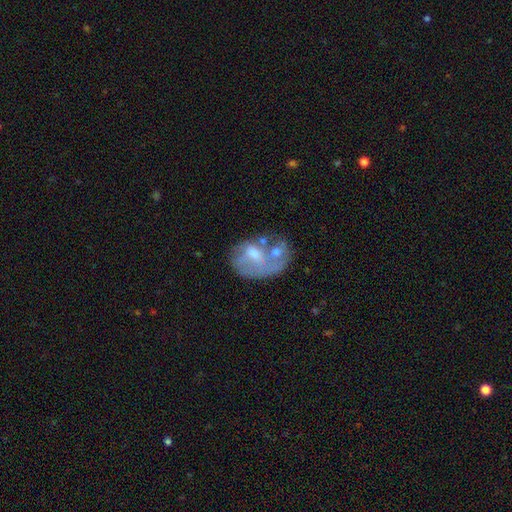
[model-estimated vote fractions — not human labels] Q: Smooth or featured?
A: featured or disk (52%); runner-up: smooth (39%)
Q: Edge-on disk?
A: no (97%); runner-up: yes (3%)
Q: Bar?
A: no (70%); runner-up: weak (25%)
Q: Spiral arms?
A: no (69%); runner-up: yes (31%)
Q: Bulge size?
A: moderate (50%); runner-up: small (27%)
Q: Merging?
A: merger (31%); runner-up: major disturbance (26%)